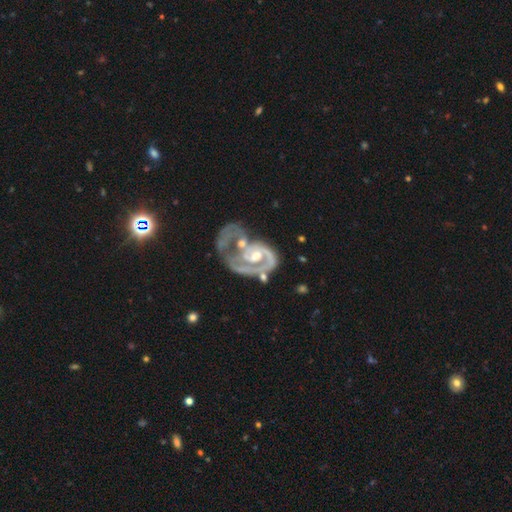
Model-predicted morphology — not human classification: This appears to be a featured or disk galaxy (85%) with no bar (64%), 1 (45%) tight (41%) spiral arms (79%) and a moderate central bulge (58%). Merging: merger (37%).